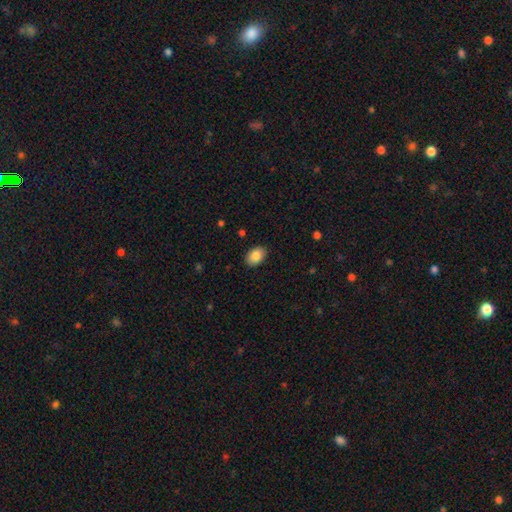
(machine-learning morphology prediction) A smooth galaxy with no disk features (88%) that is in between round and cigar-shaped (82%). Merging: none (88%).